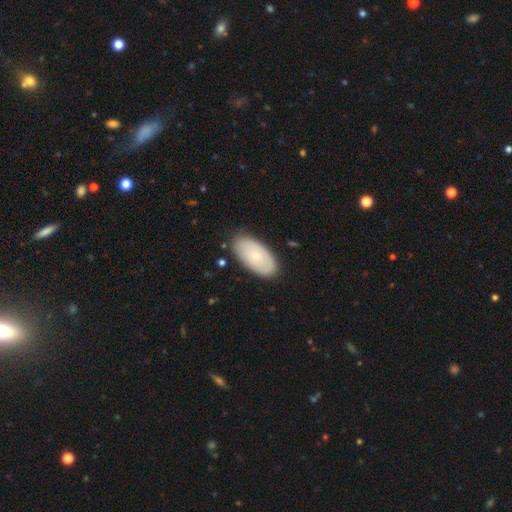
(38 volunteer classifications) Smooth or featured: smooth — 71% (featured or disk — 24%)
How rounded: in between — 96% (cigar-shaped — 4%)
Merging: none — 69% (minor disturbance — 28%)